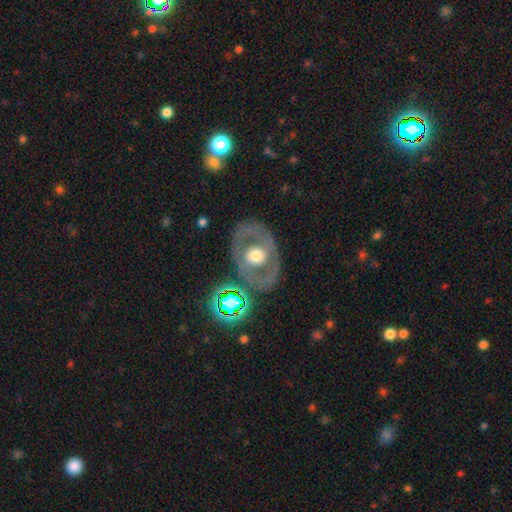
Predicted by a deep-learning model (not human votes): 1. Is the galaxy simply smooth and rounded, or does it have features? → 60% featured or disk, 33% smooth, 7% star or artifact.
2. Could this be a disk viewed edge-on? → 92% no, 8% yes.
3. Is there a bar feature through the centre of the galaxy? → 85% no, 10% weak, 5% strong.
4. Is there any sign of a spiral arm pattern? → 83% no, 17% yes.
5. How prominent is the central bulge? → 52% moderate, 36% large, 6% small, 5% dominant, 1% none.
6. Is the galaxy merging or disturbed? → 79% none, 11% minor disturbance, 8% major disturbance, 3% merger.